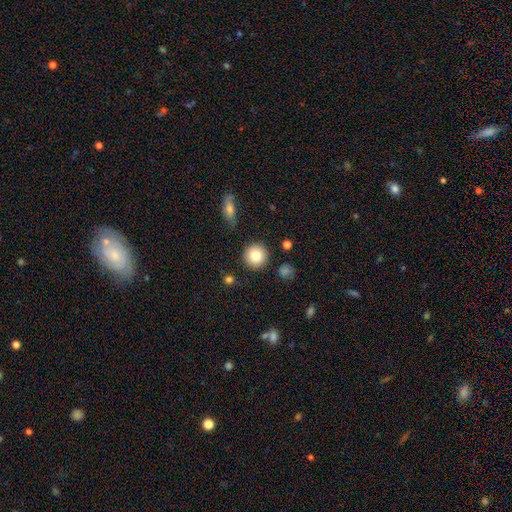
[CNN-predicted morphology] Smooth or featured: smooth — 82% (star or artifact — 9%)
How rounded: round — 94% (in between — 5%)
Merging: none — 89% (minor disturbance — 6%)